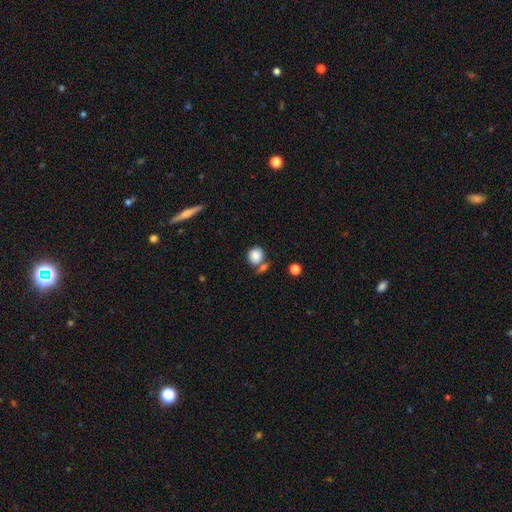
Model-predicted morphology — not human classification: Overall: smooth (85%). How rounded: round (74%). Merging: none (52%; merger 28%).